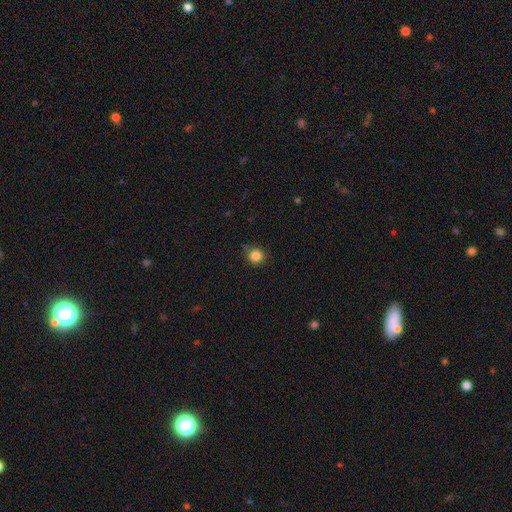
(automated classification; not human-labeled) Smooth or featured? smooth (85%)
How rounded? round (92%)
Merging? none (84%)